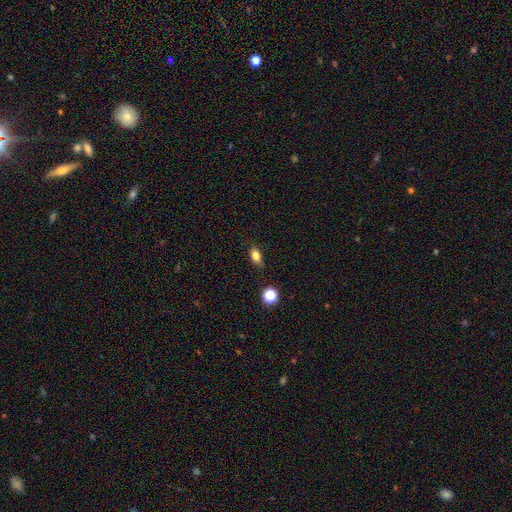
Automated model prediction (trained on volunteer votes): Smooth or featured? Predicted: smooth (p=0.79). How rounded? Predicted: in between (p=0.78). Merging? Predicted: none (p=0.80).